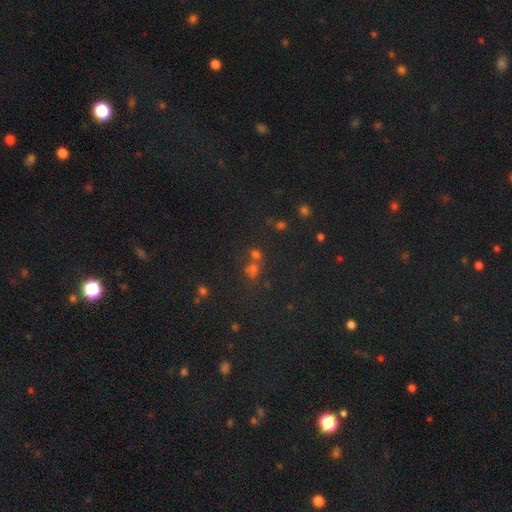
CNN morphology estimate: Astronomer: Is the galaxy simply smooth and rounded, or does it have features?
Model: smooth — 45% (runner-up: star or artifact, 44%).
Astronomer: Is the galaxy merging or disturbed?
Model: none — 50% (runner-up: merger, 36%).